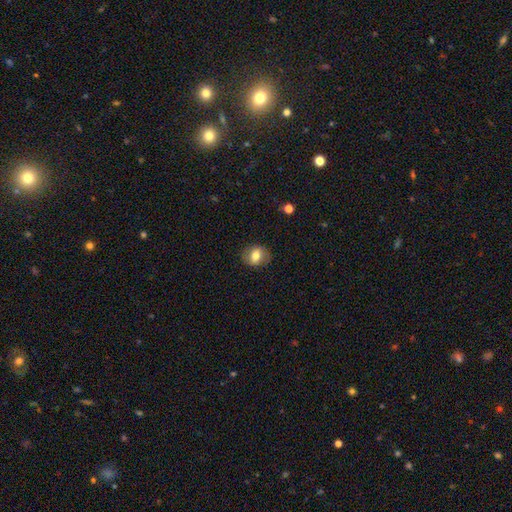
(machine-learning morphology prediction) Overall: smooth (67%). How rounded: in between (50%; round 49%). Merging: none (81%).